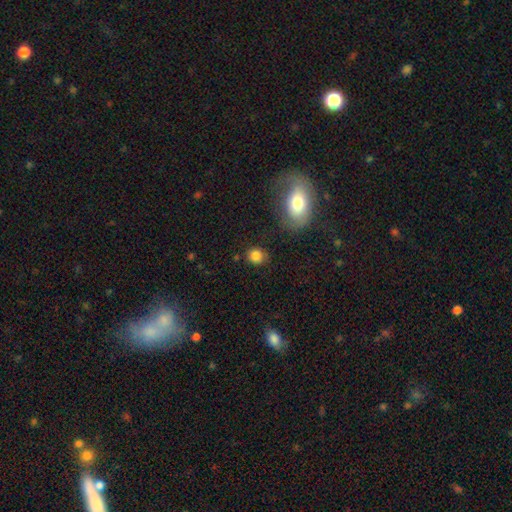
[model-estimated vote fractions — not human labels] smooth 84%, star or artifact 11%, featured or disk 5%. Down the decision tree: how rounded — round (72%); merging — none (81%).